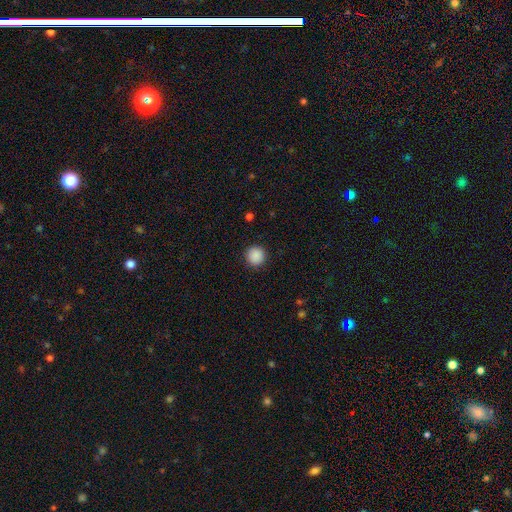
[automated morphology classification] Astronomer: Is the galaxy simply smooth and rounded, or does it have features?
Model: smooth — 89%.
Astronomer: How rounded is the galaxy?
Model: round — 95%.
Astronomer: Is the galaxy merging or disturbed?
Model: none — 92%.